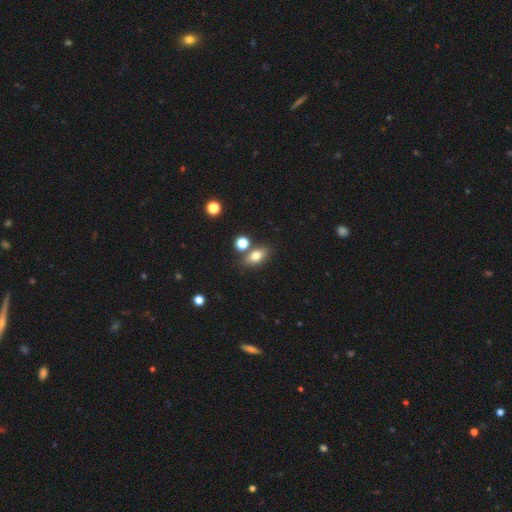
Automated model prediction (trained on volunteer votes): The model was most divided on "merging": none: 71%, merger: 14%, minor disturbance: 12%, major disturbance: 3%. More confident: how rounded — in between (78%); smooth or featured — smooth (75%).